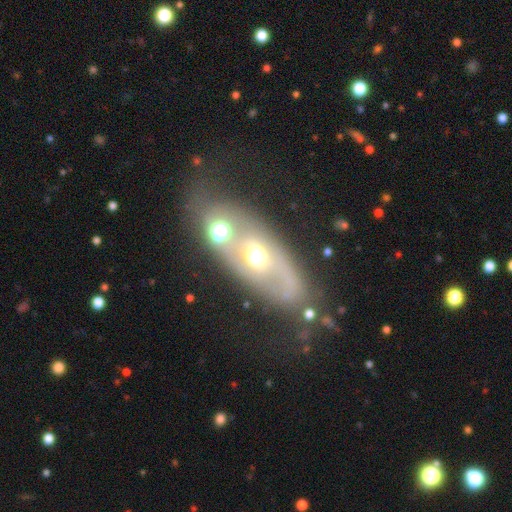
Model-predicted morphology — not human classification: This is possibly a featured or disk galaxy (53%). It is clearly not viewed edge-on (82%). Merging: likely none (60%).